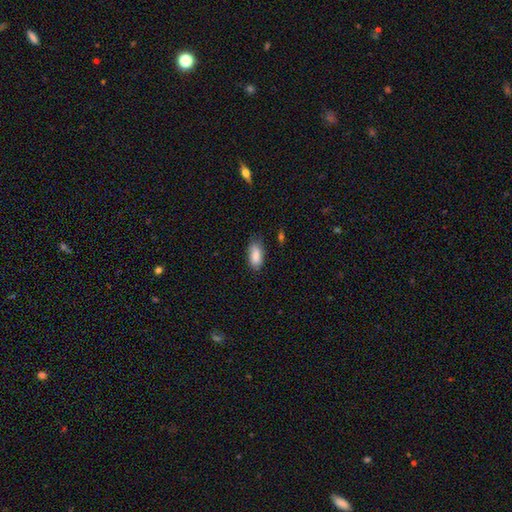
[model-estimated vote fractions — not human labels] Morphology: type=smooth (86%); roundness=in between (90%); merging=none (71%).